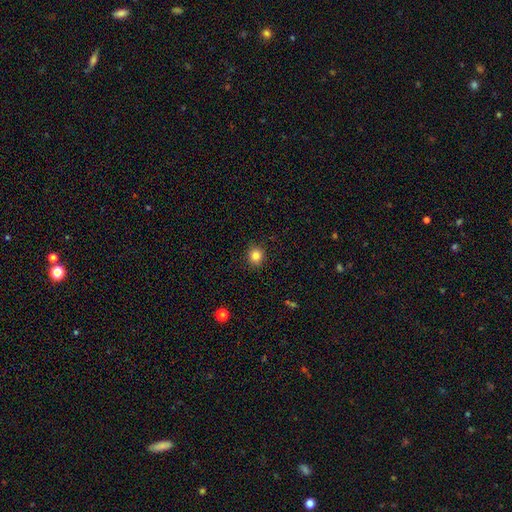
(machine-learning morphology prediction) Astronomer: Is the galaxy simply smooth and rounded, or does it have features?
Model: smooth — 83%.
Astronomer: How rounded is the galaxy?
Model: round — 85%.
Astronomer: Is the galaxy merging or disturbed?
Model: none — 91%.